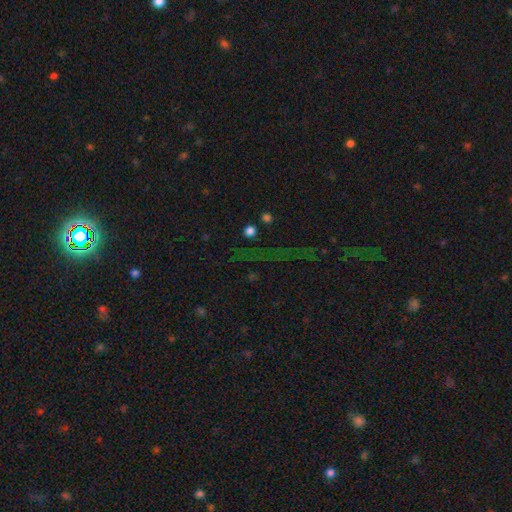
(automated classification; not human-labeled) Smooth or featured: star or artifact — 75% (smooth — 15%)